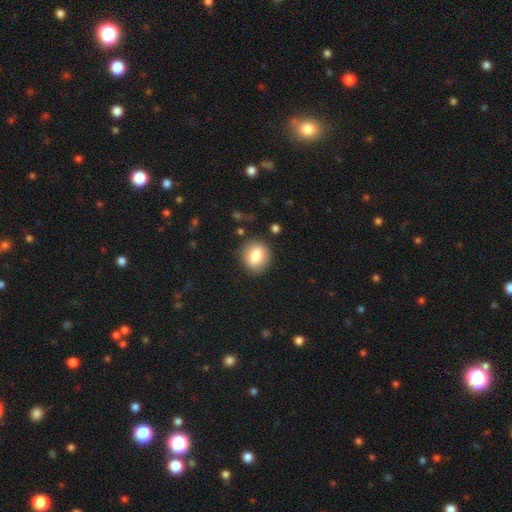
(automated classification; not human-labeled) Overall: smooth (82%). How rounded: round (70%). Merging: none (84%).